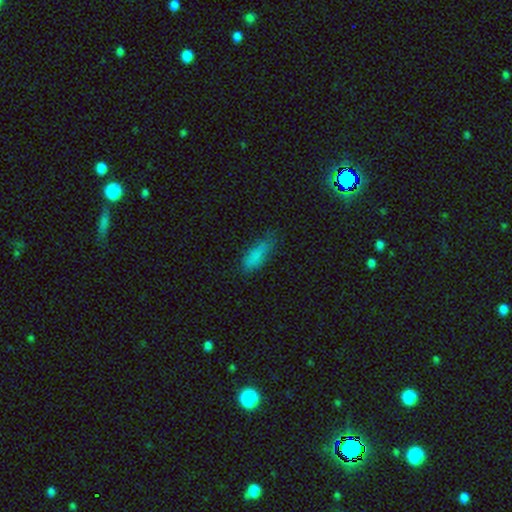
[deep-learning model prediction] A smooth galaxy with no disk features (80%) that is in between round and cigar-shaped (64%). Merging: none (59%).